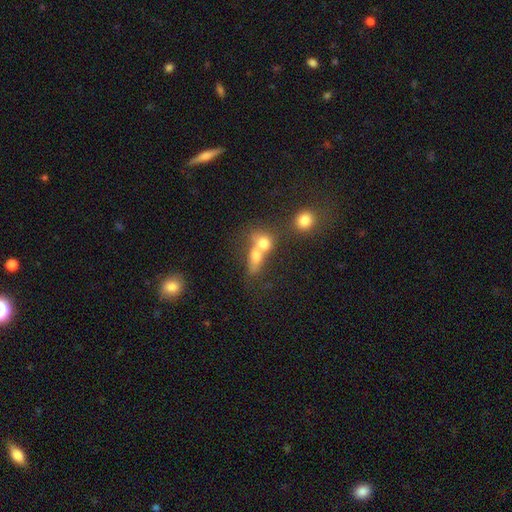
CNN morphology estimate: Q: Smooth or featured?
A: smooth (69%); runner-up: featured or disk (18%)
Q: How rounded?
A: round (47%); tied with: in between (47%)
Q: Merging?
A: merger (62%); runner-up: none (24%)